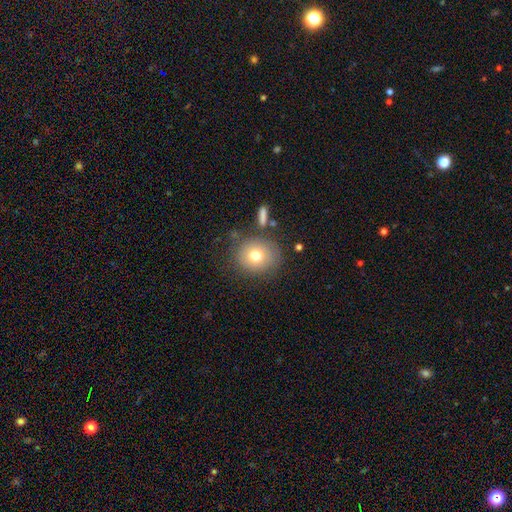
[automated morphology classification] This appears to be a smooth galaxy with no disk features (74%) that is round (79%). Merging: none (76%).